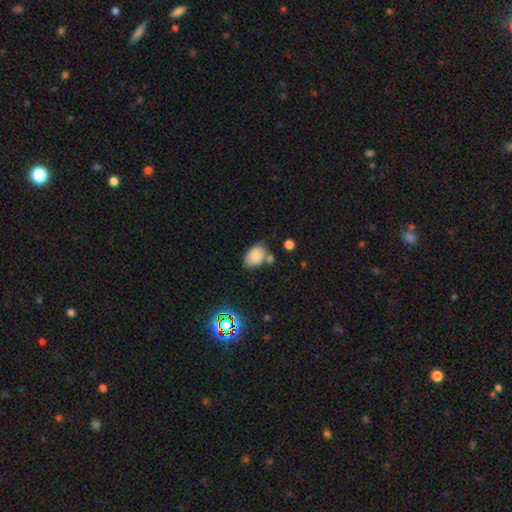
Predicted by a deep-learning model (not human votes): Smooth or featured?
  - smooth: 81% *
  - star or artifact: 11%
  - featured or disk: 9%
How rounded?
  - in between: 84% *
  - round: 15%
  - cigar-shaped: 1%
Merging?
  - none: 56% *
  - minor disturbance: 21%
  - merger: 17%
  - major disturbance: 5%